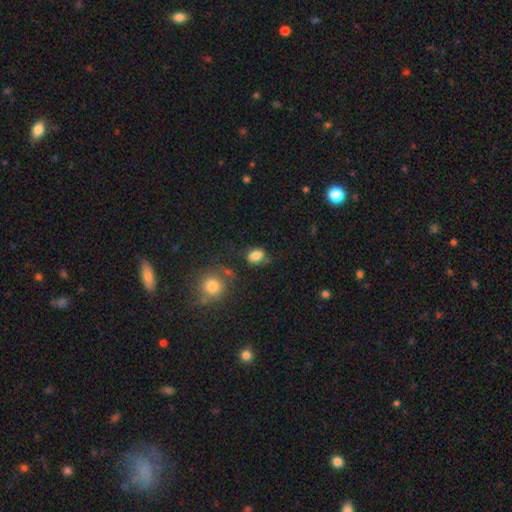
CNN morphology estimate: Smooth or featured? Predicted: smooth (p=0.83). How rounded? Predicted: in between (p=0.71). Merging? Predicted: none (p=0.63).